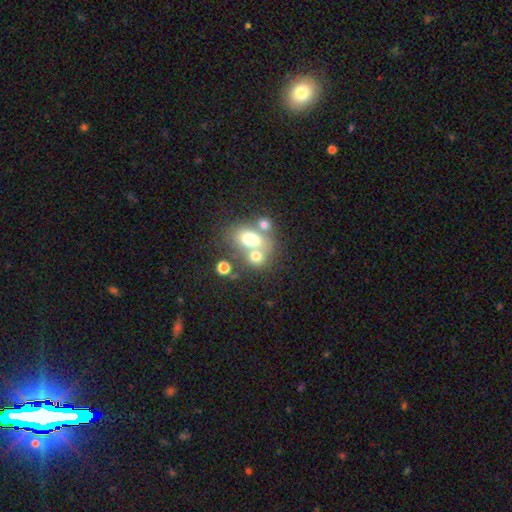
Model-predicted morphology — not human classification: smooth 67%, featured or disk 20%, star or artifact 13%. Down the decision tree: how rounded — in between (53%); merging — merger (54%).